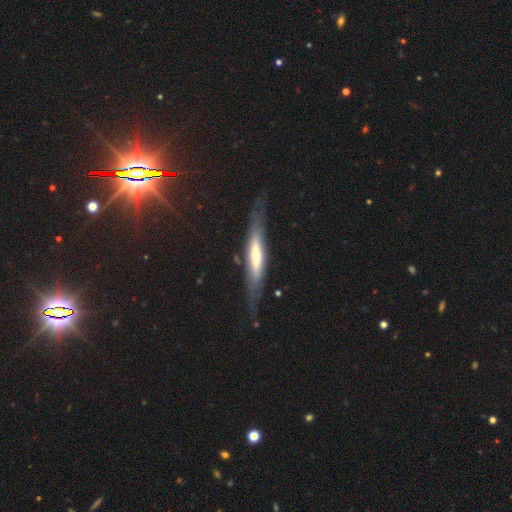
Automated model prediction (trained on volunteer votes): This appears to be a featured or disk galaxy (53%) viewed edge-on (80%). Merging: none (72%).